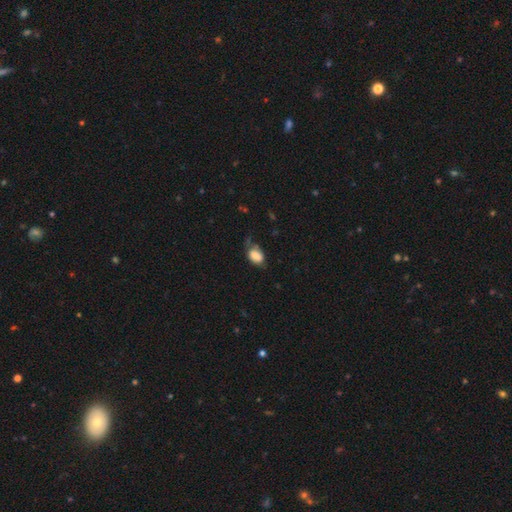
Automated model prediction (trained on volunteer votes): This appears to be a smooth galaxy with no disk features (81%) that is in between round and cigar-shaped (79%). Merging: none (41%).